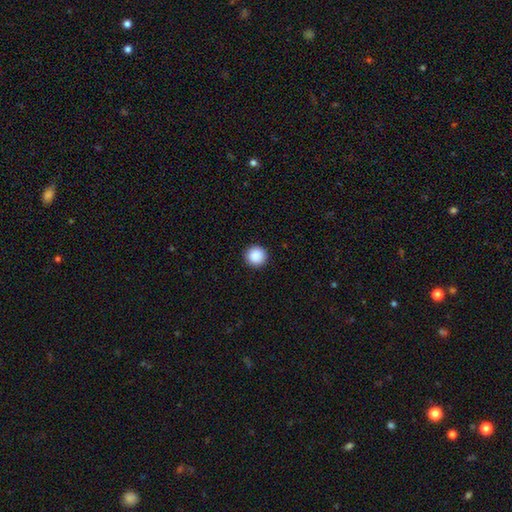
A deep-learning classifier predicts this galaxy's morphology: Q: Smooth or featured?
A: smooth (89%); runner-up: star or artifact (9%)
Q: How rounded?
A: round (96%); runner-up: in between (3%)
Q: Merging?
A: none (93%); runner-up: minor disturbance (5%)